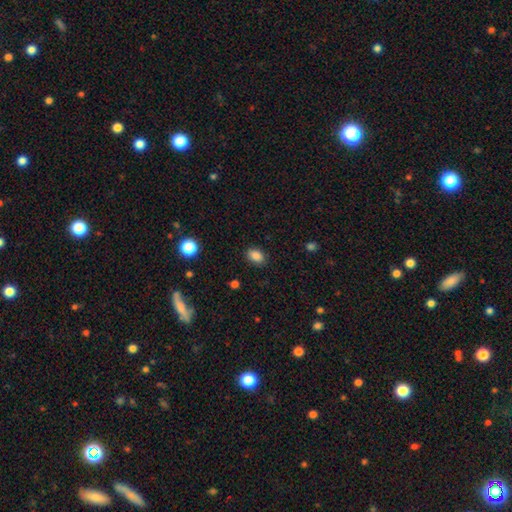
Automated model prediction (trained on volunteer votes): Overall: smooth (86%). How rounded: in between (81%). Merging: none (87%).